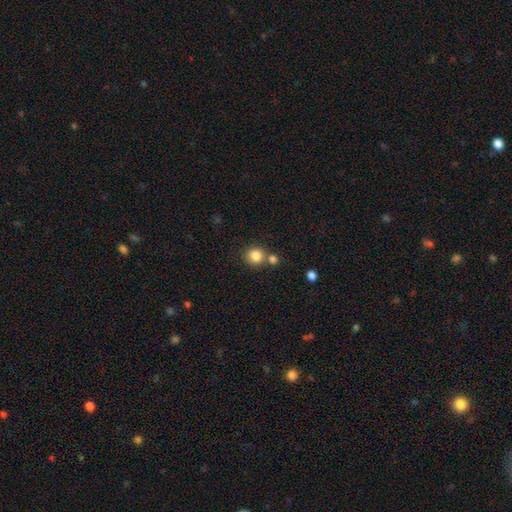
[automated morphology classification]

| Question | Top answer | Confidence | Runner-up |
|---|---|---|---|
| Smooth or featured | smooth | 84% | star or artifact (10%) |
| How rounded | round | 88% | in between (11%) |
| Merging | none | 64% | merger (24%) |